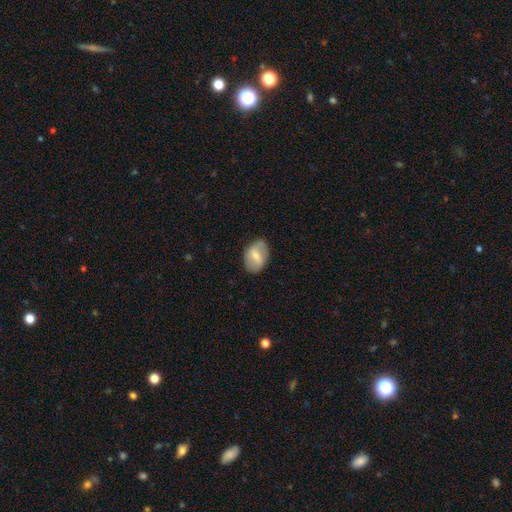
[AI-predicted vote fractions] Q: Smooth or featured?
A: featured or disk (47%); runner-up: smooth (46%)
Q: Merging?
A: none (79%); runner-up: minor disturbance (16%)